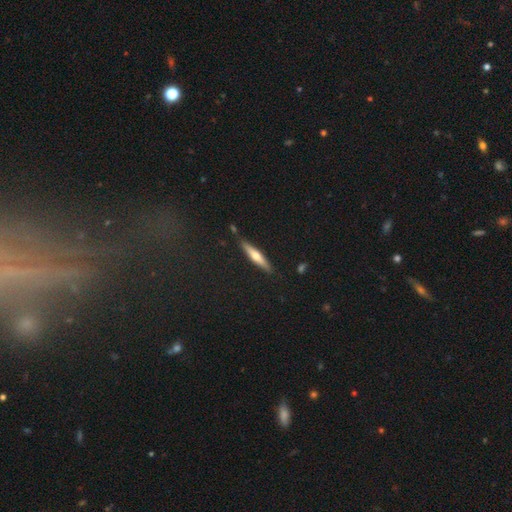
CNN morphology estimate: featured or disk 51%, smooth 42%, star or artifact 7%. Down the decision tree: edge-on disk — yes (94%); merging — none (86%).